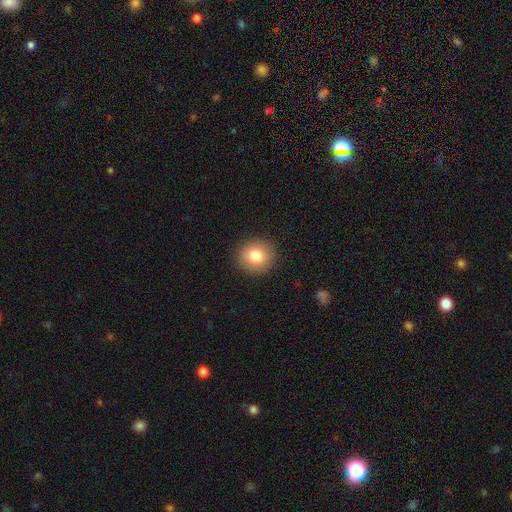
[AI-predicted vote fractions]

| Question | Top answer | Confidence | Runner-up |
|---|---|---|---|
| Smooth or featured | smooth | 80% | featured or disk (10%) |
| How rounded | round | 88% | in between (11%) |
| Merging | none | 91% | minor disturbance (6%) |